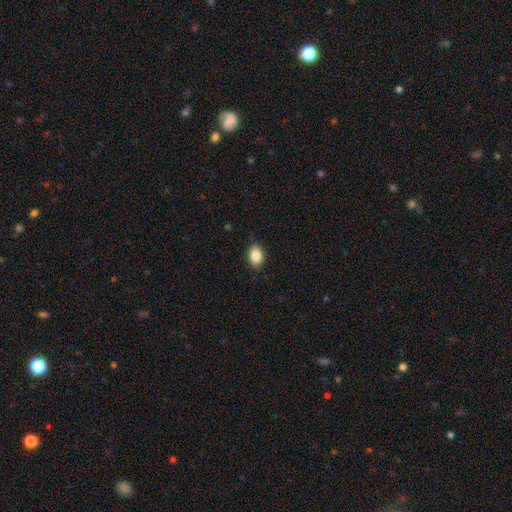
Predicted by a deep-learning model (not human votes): Smooth or featured: smooth — 86% (star or artifact — 8%)
How rounded: in between — 79% (round — 20%)
Merging: none — 87% (minor disturbance — 10%)